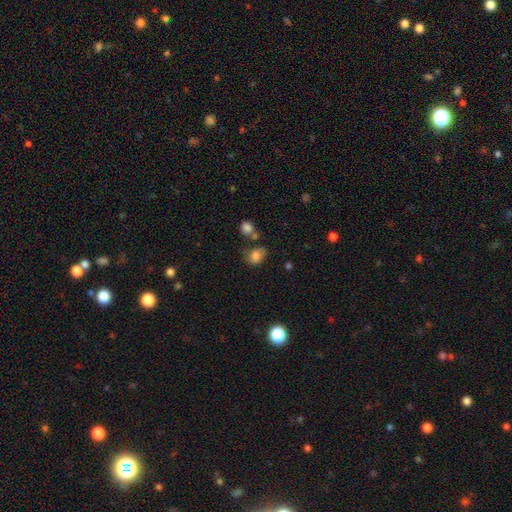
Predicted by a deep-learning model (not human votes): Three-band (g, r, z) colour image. It shows a smooth galaxy with no disk features (77%) that is in between round and cigar-shaped (60%). Merging: none (45%).